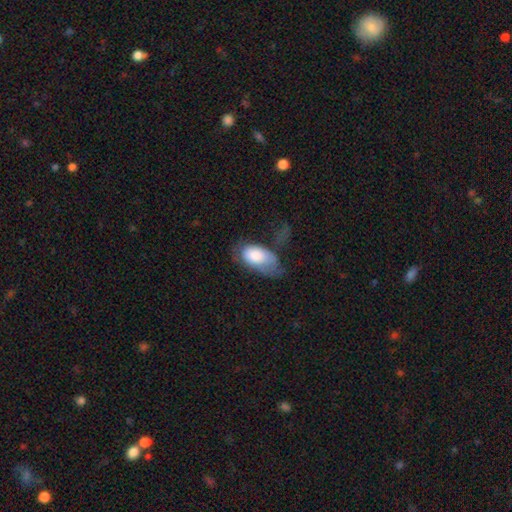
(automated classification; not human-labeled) The model was most divided on "merging": major disturbance: 36%, minor disturbance: 31%, none: 26%, merger: 6%. More confident: how rounded — in between (94%); smooth or featured — smooth (77%).